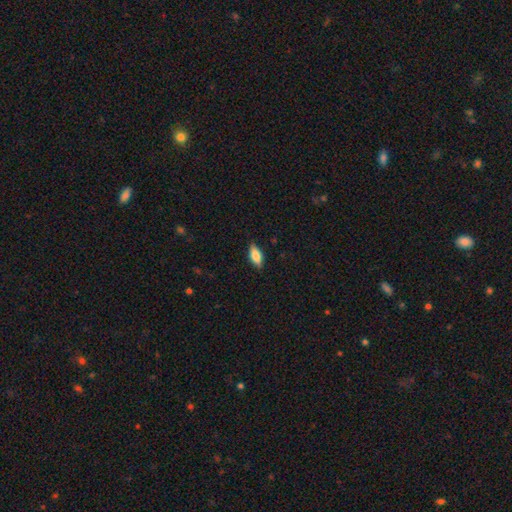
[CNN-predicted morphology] Overall: smooth (81%). How rounded: in between (85%). Merging: none (85%).